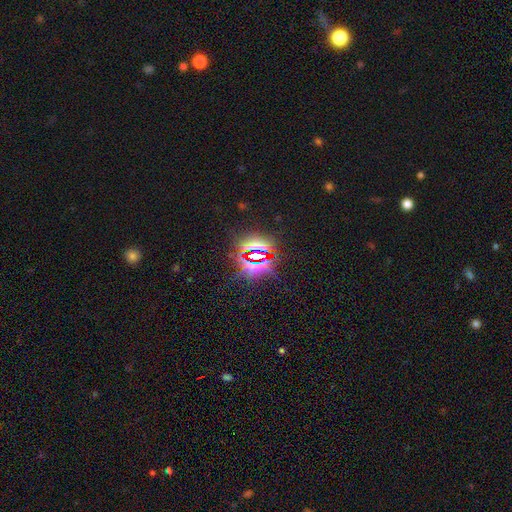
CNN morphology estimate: The model was most divided on "smooth or featured": star or artifact: 81%, smooth: 12%, featured or disk: 8%.